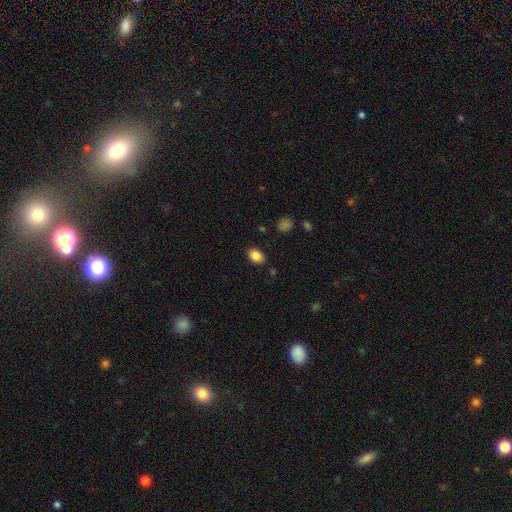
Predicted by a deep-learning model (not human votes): This is clearly a smooth galaxy (87%). How rounded: likely in between (78%). Merging: clearly none (86%).